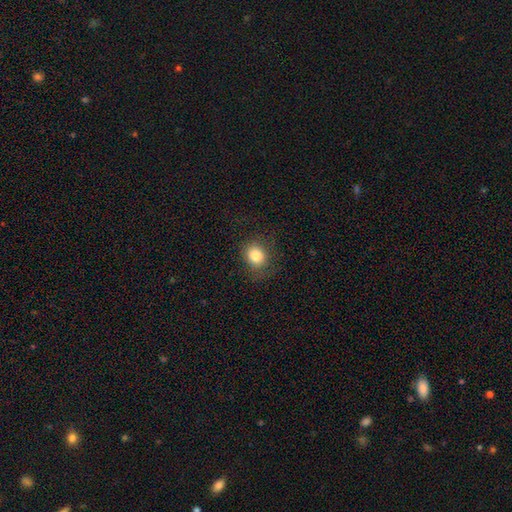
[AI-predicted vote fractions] smooth-or-featured: smooth: 81% | star or artifact: 11% | featured or disk: 8%
  how-rounded: round: 76% | in between: 23% | cigar-shaped: 1%
  merging: none: 78% | minor disturbance: 14% | major disturbance: 7% | merger: 1%